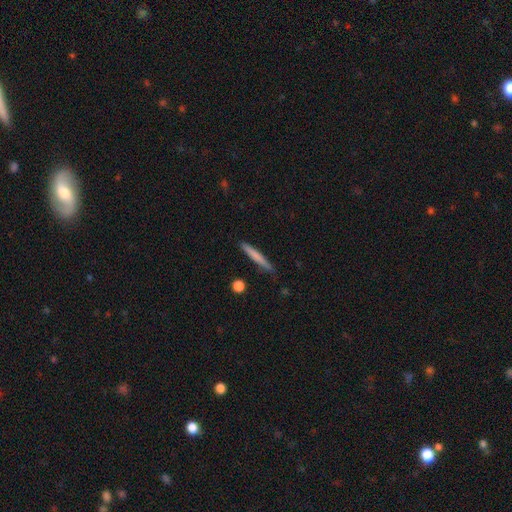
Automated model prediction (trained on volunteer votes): Overall: smooth (71%). How rounded: cigar-shaped (96%). Merging: none (85%).